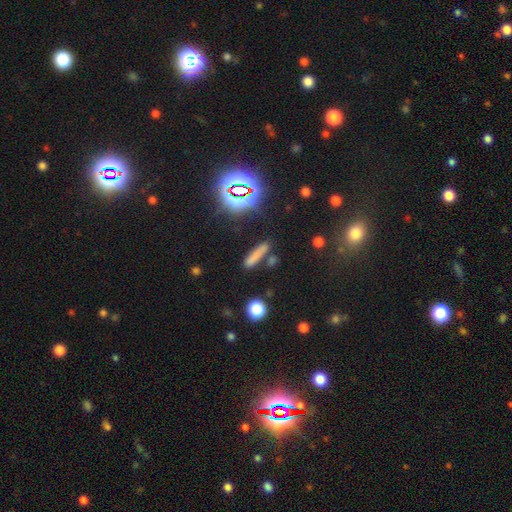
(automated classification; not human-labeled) This appears to be a smooth galaxy with no disk features (71%) that is cigar-shaped (84%). Merging: none (77%).